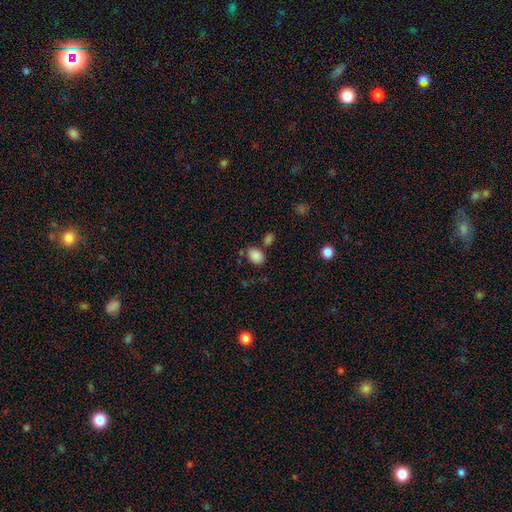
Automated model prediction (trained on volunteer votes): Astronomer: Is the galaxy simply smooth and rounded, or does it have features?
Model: smooth — 86%.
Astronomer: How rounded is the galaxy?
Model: in between — 70%.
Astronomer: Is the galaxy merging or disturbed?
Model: none — 69%.